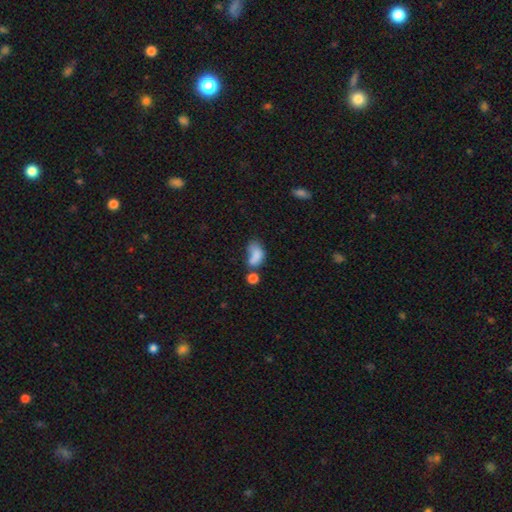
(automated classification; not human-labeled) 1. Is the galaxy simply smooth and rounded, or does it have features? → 74% smooth, 15% featured or disk, 11% star or artifact.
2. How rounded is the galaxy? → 86% in between, 11% round, 3% cigar-shaped.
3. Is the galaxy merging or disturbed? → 31% merger, 27% major disturbance, 21% none, 21% minor disturbance.